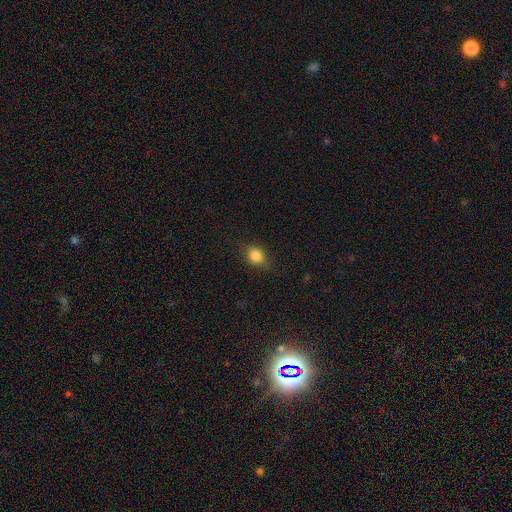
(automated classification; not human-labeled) Smooth or featured? smooth (84%)
How rounded? in between (49%, tied with round)
Merging? none (81%)